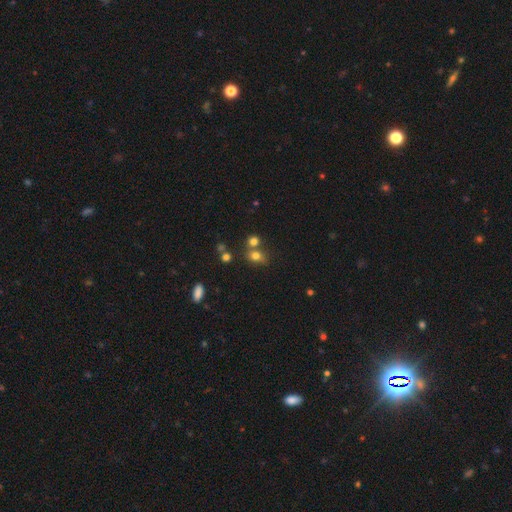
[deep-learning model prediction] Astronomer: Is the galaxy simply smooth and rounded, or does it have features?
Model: smooth — 74%.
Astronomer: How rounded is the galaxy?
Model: round — 57% (runner-up: in between, 41%).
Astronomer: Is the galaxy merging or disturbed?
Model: none — 51% (runner-up: merger, 32%).